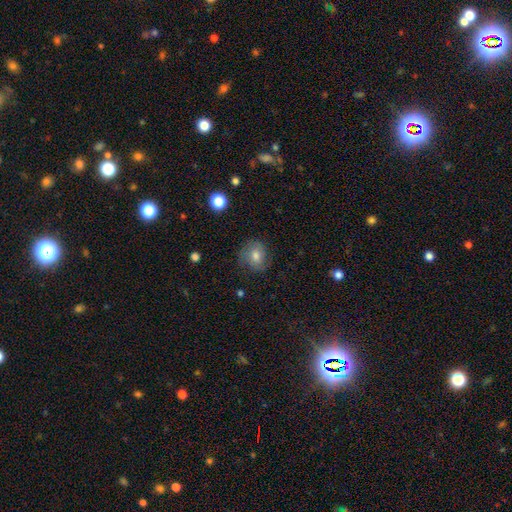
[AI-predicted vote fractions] Q: Smooth or featured?
A: smooth (58%); runner-up: featured or disk (31%)
Q: How rounded?
A: round (75%); runner-up: in between (24%)
Q: Merging?
A: none (74%); runner-up: minor disturbance (18%)